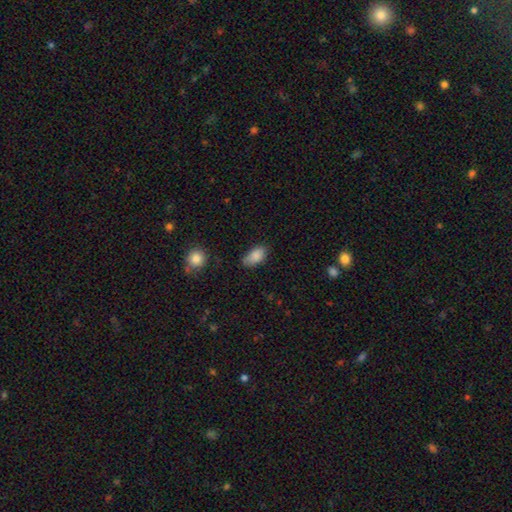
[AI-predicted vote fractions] The model was most divided on "merging": none: 70%, minor disturbance: 24%, major disturbance: 4%, merger: 2%. More confident: how rounded — in between (93%); smooth or featured — smooth (86%).